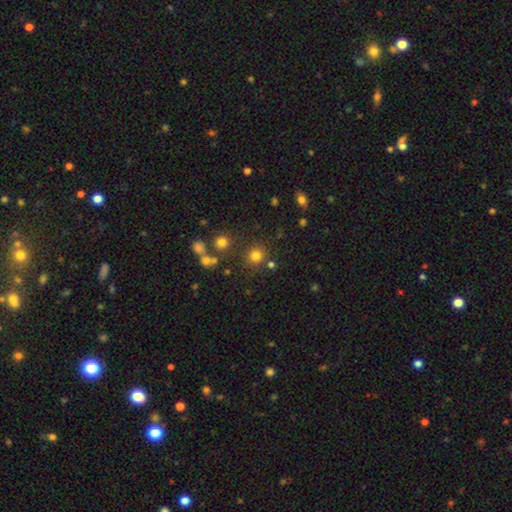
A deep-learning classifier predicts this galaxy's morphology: Smooth or featured: smooth — 77% (star or artifact — 17%)
How rounded: round — 90% (in between — 10%)
Merging: none — 80% (minor disturbance — 9%)